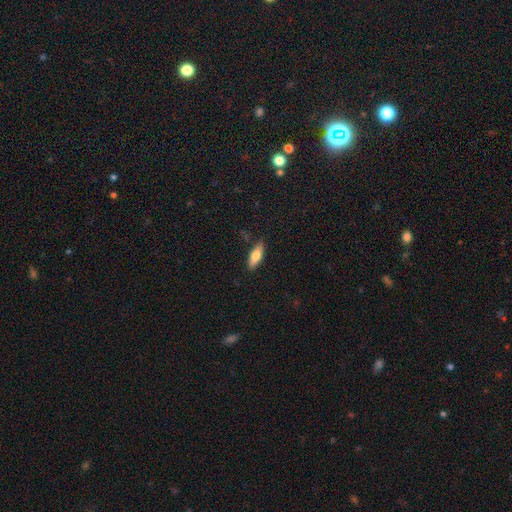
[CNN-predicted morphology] Smooth or featured?
  - smooth: 64% *
  - featured or disk: 29%
  - star or artifact: 6%
How rounded?
  - in between: 54% *
  - cigar-shaped: 44%
  - round: 2%
Merging?
  - none: 86% *
  - minor disturbance: 11%
  - major disturbance: 2%
  - merger: 1%